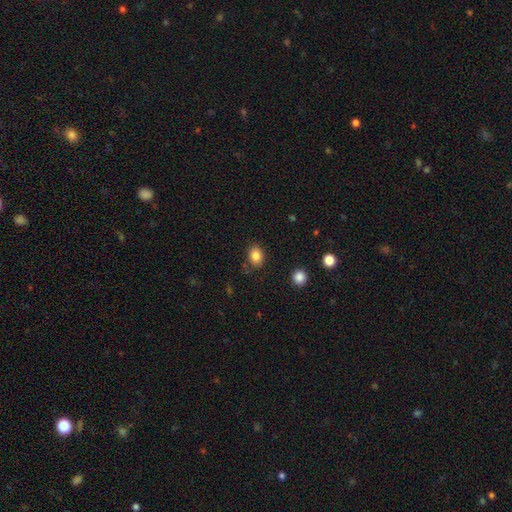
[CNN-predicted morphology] Smooth or featured? Predicted: smooth (p=0.84). How rounded? Predicted: in between (p=0.60). Merging? Predicted: none (p=0.82).